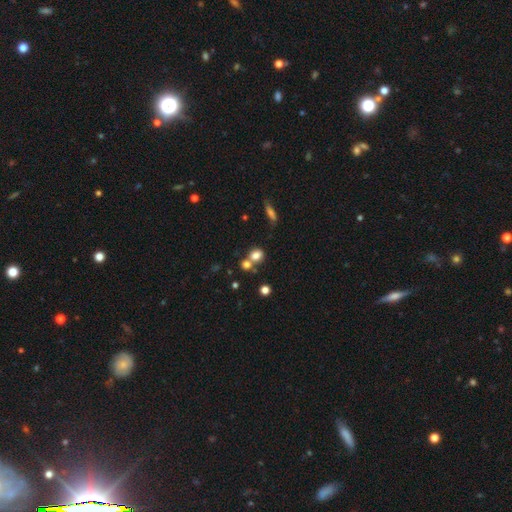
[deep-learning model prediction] smooth_or_featured: smooth (p=0.78) [alt: star or artifact p=0.13]
how_rounded: round (p=0.66) [alt: in between p=0.33]
merging: none (p=0.47) [alt: merger p=0.39]